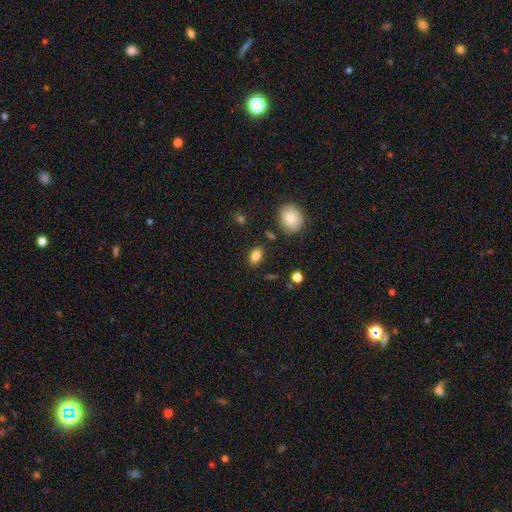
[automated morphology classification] A smooth galaxy with no disk features (82%) that is in between round and cigar-shaped (86%).

Vote fractions:
- Smooth or featured? smooth: 82% / featured or disk: 9% / star or artifact: 9%
- How rounded? in between: 86% / round: 11% / cigar-shaped: 3%
- Merging? none: 83% / minor disturbance: 11% / merger: 4% / major disturbance: 3%